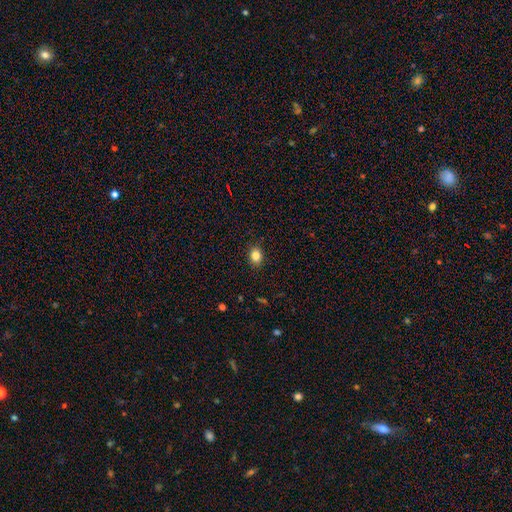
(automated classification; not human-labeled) smooth_or_featured: smooth (p=0.83) [alt: star or artifact p=0.11]
how_rounded: in between (p=0.56) [alt: round p=0.43]
merging: none (p=0.88) [alt: minor disturbance p=0.09]